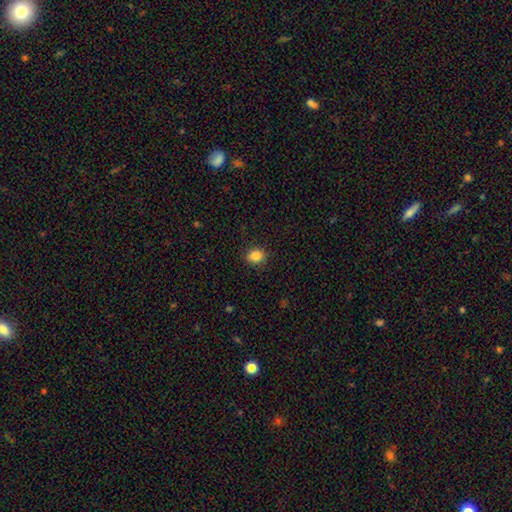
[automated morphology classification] type=smooth (85%); roundness=round (62%); merging=none (89%).